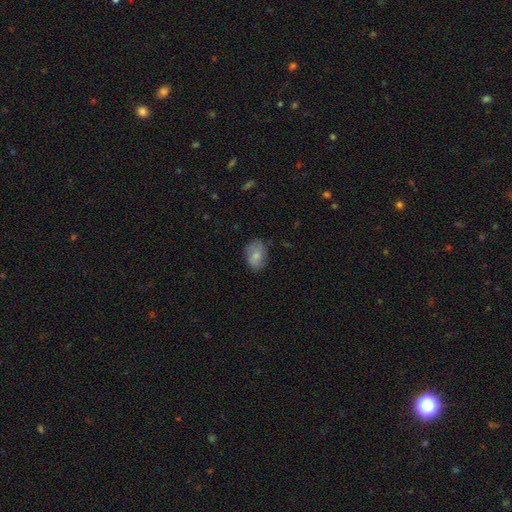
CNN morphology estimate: The model was most divided on "merging": none: 71%, minor disturbance: 23%, major disturbance: 5%, merger: 1%. More confident: how rounded — in between (79%); smooth or featured — smooth (77%).